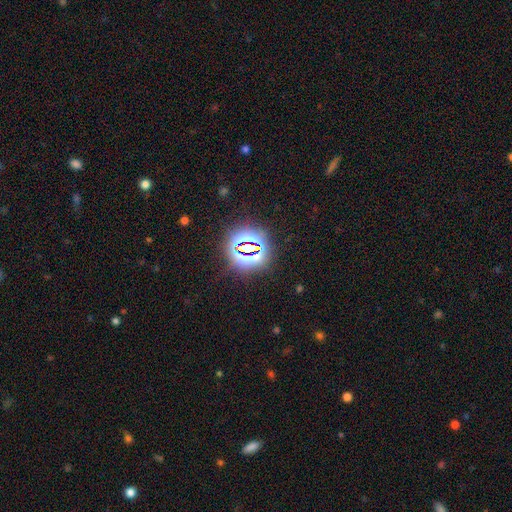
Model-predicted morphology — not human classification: This appears to be a star or artifact, not a galaxy (72%).